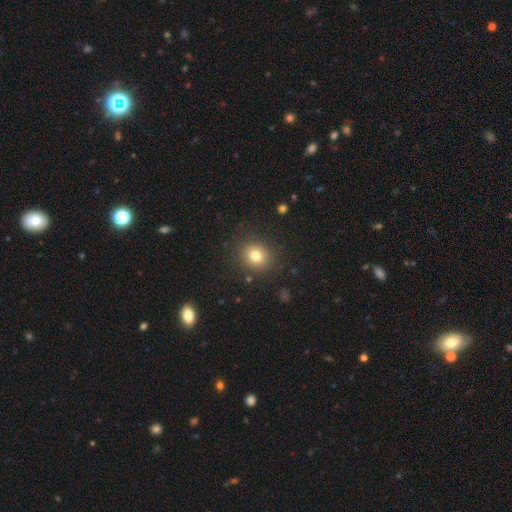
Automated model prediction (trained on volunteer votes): Morphology: type=smooth (79%); roundness=round (84%); merging=none (87%).